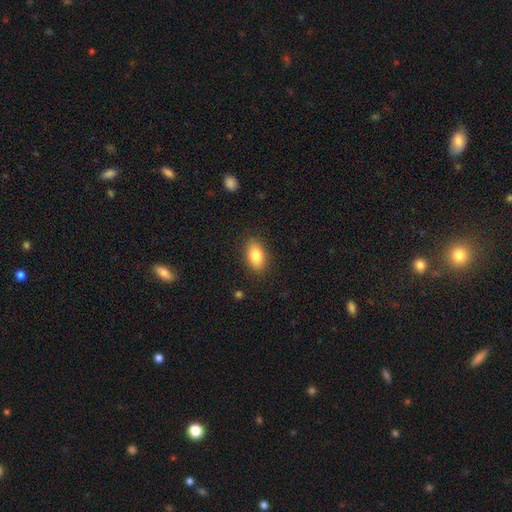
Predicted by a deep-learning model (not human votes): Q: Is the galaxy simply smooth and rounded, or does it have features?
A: smooth — 82%.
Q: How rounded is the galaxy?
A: in between — 89%.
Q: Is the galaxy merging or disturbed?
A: none — 87%.